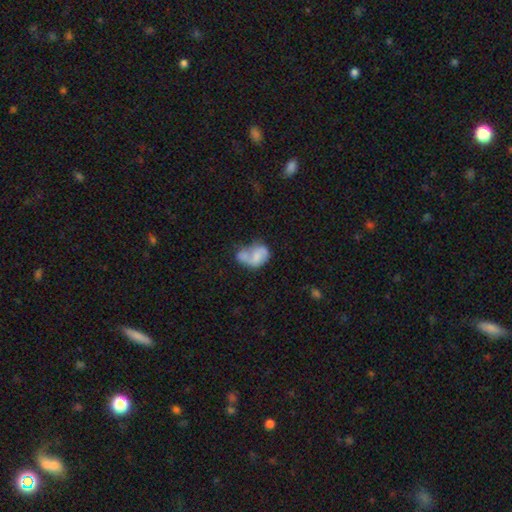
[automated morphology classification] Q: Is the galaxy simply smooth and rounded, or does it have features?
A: smooth — 54%.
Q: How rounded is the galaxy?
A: in between — 76%.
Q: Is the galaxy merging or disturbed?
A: merger — 50%.